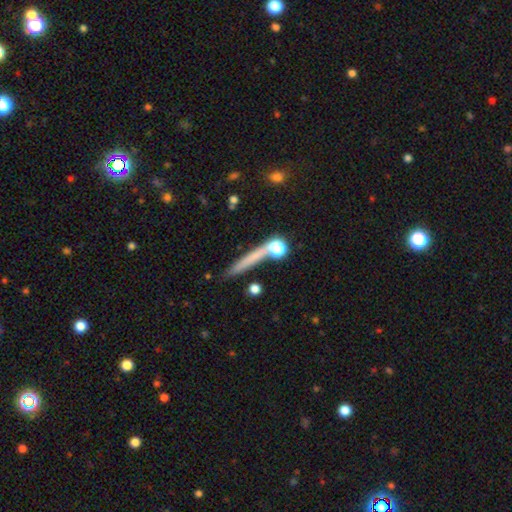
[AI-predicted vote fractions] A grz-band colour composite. It shows a smooth galaxy with no disk features (59%) that is cigar-shaped (83%). Merging: none (73%).